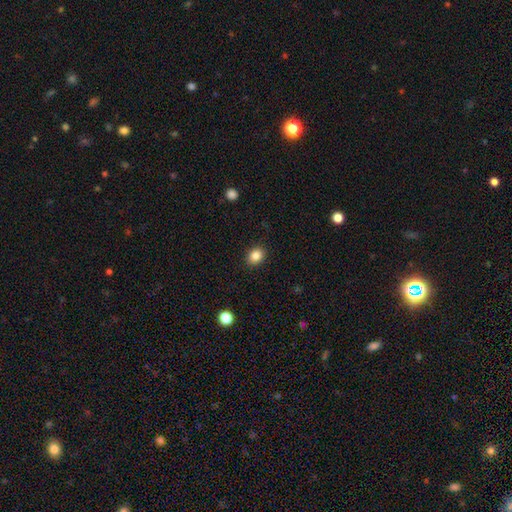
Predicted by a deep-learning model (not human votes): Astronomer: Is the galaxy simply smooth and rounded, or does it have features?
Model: smooth — 86%.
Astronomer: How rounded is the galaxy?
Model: round — 51% (runner-up: in between, 48%).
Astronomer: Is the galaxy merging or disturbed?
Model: none — 90%.